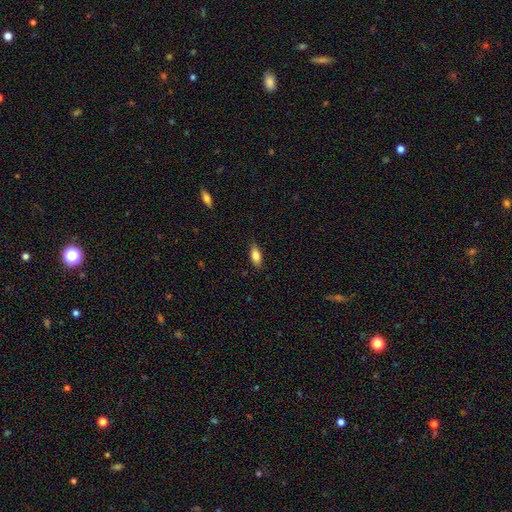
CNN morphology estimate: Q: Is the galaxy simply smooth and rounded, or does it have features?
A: smooth — 83%.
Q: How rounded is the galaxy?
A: in between — 85%.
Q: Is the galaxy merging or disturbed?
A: none — 83%.